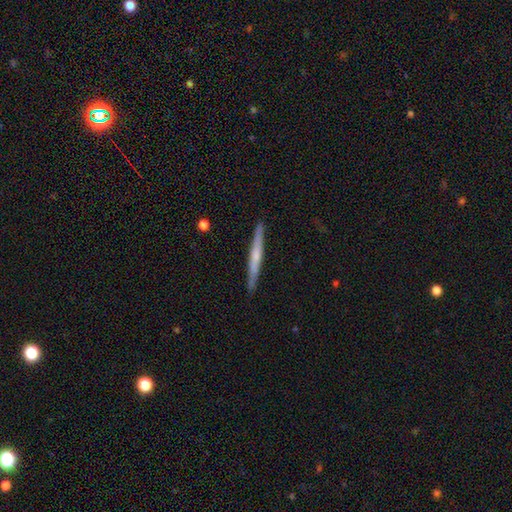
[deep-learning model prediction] Morphology: type=featured or disk (55%); edge-on=yes (97%); edge-on bulge=none (51%); merging=none (90%).